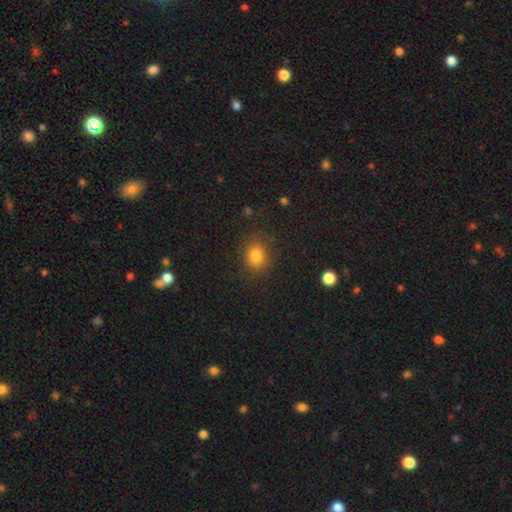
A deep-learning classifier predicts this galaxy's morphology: This appears to be a smooth galaxy with no disk features (81%) that is round (64%). Merging: none (84%).